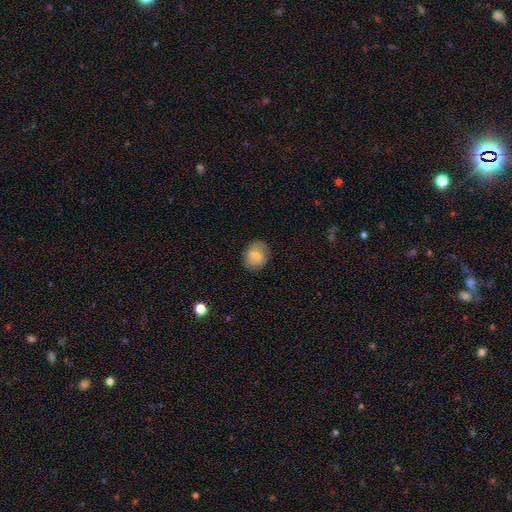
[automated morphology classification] smooth 66%, featured or disk 26%, star or artifact 8%. Down the decision tree: how rounded — round (58%); merging — none (79%).